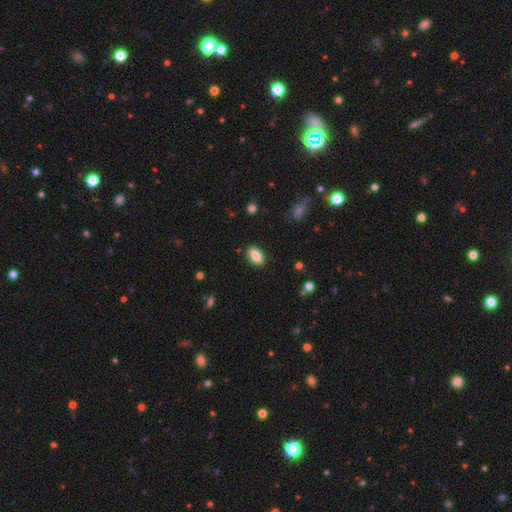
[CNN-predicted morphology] smooth 81%, featured or disk 12%, star or artifact 7%. Down the decision tree: how rounded — in between (85%); merging — none (88%).